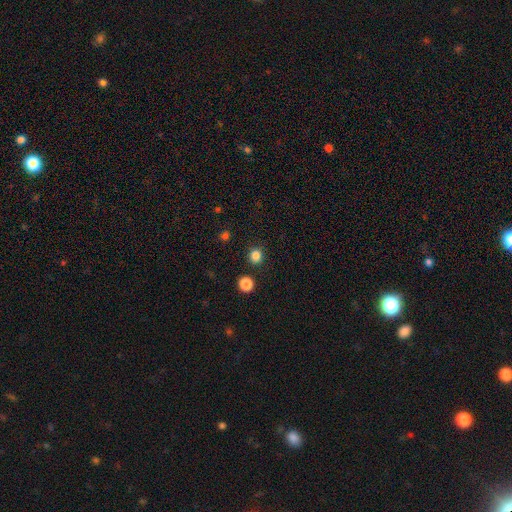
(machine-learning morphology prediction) type=smooth (83%); roundness=round (89%); merging=none (88%).